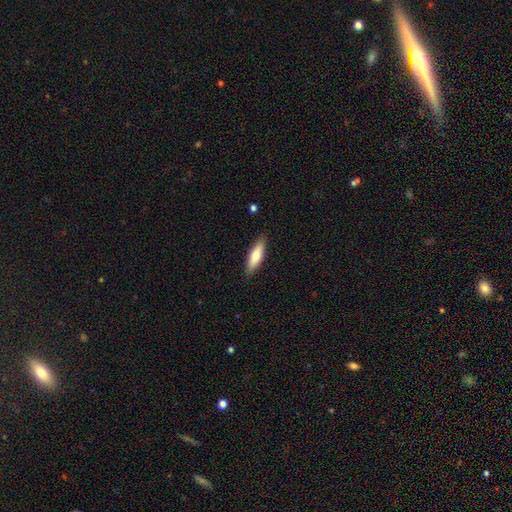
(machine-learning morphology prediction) Overall: smooth (72%). How rounded: cigar-shaped (60%; in between 38%). Merging: none (87%).